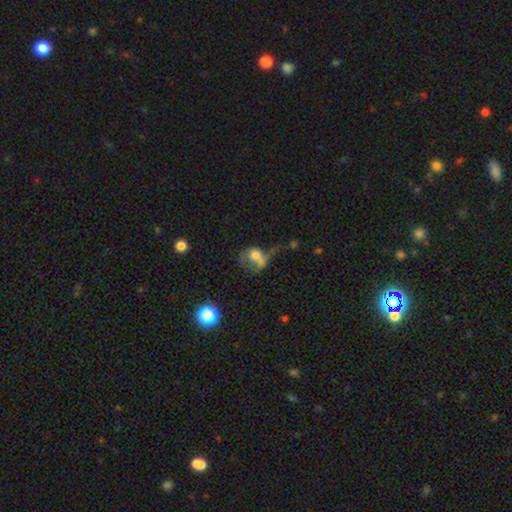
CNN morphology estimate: This appears to be a smooth galaxy with no disk features (56%) that is round (50%). Merging: major disturbance (38%).